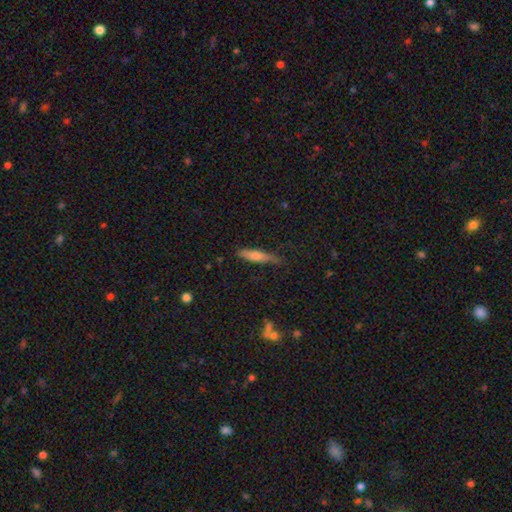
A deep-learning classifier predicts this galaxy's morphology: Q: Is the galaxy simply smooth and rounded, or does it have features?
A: smooth — 68%.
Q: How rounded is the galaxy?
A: cigar-shaped — 80%.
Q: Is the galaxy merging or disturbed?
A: none — 70%.